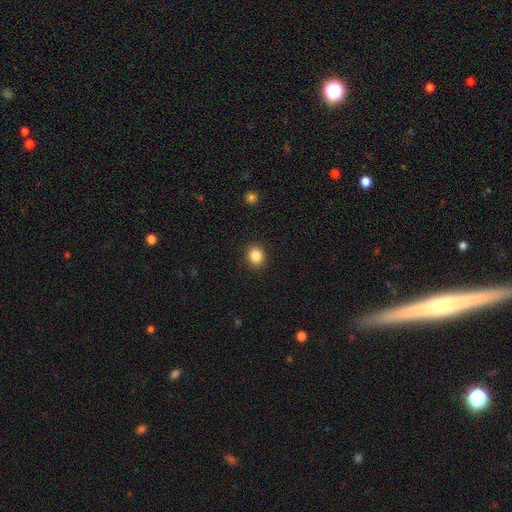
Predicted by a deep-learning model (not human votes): smooth_or_featured: smooth (p=0.86) [alt: star or artifact p=0.10]
how_rounded: round (p=0.73) [alt: in between p=0.26]
merging: none (p=0.90) [alt: minor disturbance p=0.07]